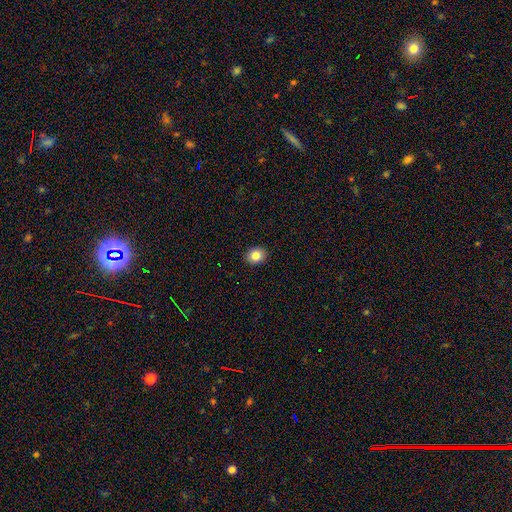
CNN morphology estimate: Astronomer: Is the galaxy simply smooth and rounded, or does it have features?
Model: smooth — 84%.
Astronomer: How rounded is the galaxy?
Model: in between — 50% (runner-up: round, 49%).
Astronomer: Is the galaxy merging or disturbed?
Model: none — 91%.